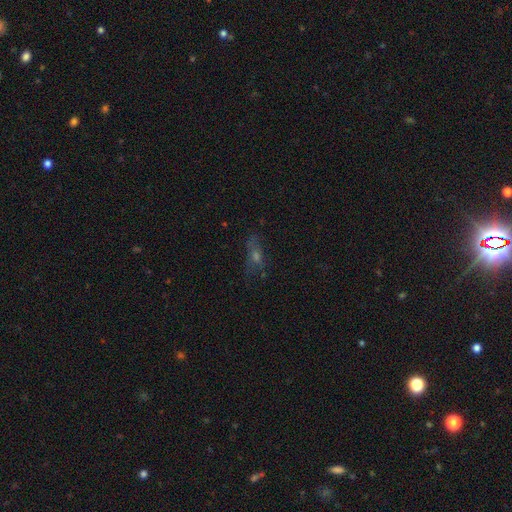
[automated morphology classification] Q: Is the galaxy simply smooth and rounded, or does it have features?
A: smooth — 36%.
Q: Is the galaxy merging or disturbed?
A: none — 64%.